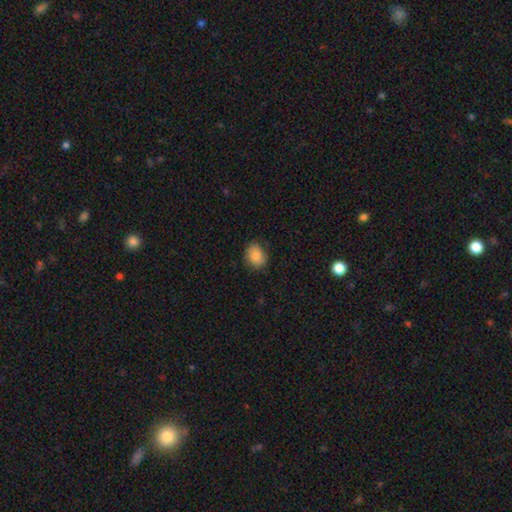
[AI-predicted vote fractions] smooth-or-featured: smooth: 84% | star or artifact: 8% | featured or disk: 8%
  how-rounded: round: 53% | in between: 46% | cigar-shaped: 1%
  merging: none: 76% | minor disturbance: 19% | major disturbance: 4% | merger: 1%